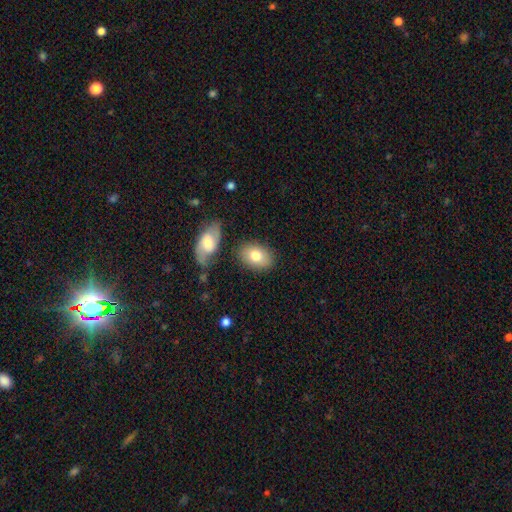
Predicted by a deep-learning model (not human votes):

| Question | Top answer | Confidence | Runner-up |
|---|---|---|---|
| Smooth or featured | smooth | 77% | featured or disk (16%) |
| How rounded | in between | 84% | round (14%) |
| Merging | none | 77% | minor disturbance (13%) |